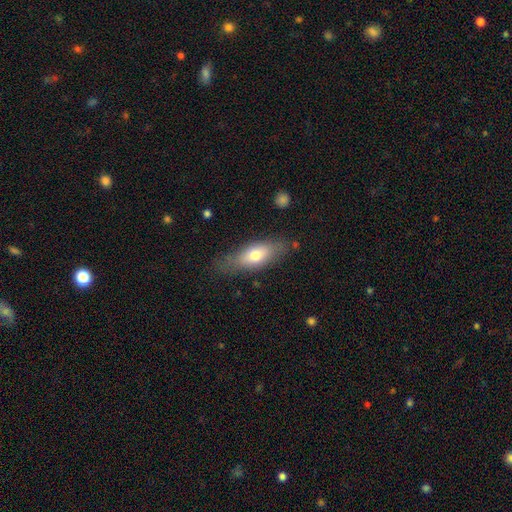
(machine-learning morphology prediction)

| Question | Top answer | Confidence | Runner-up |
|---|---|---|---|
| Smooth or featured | smooth | 67% | featured or disk (26%) |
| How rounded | in between | 66% | cigar-shaped (30%) |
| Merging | none | 74% | minor disturbance (18%) |